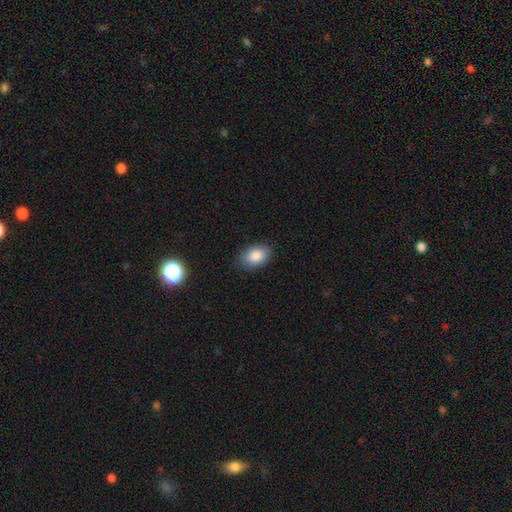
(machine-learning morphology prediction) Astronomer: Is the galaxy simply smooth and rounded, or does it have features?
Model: smooth — 86%.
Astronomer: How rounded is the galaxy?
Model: in between — 89%.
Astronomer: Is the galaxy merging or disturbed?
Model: none — 83%.